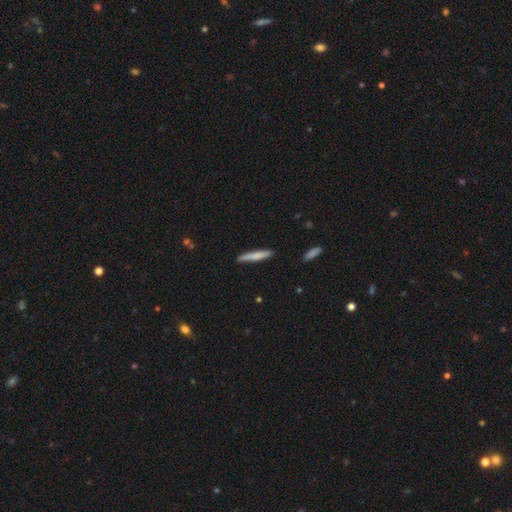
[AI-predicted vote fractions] Smooth or featured? smooth (71%)
How rounded? cigar-shaped (94%)
Merging? none (87%)